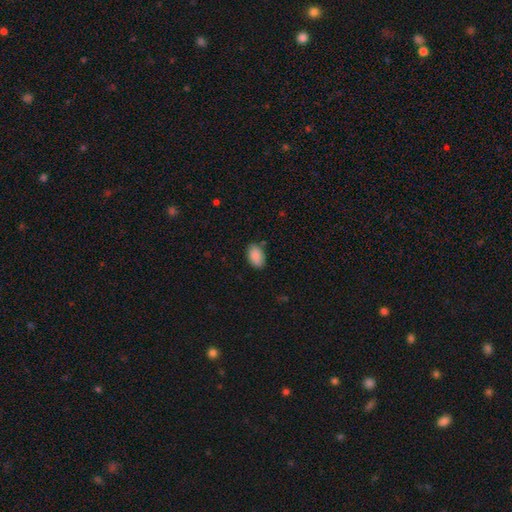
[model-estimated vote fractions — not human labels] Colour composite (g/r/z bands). It shows a smooth galaxy with no disk features (89%) that is in between round and cigar-shaped (90%). Merging: none (78%).